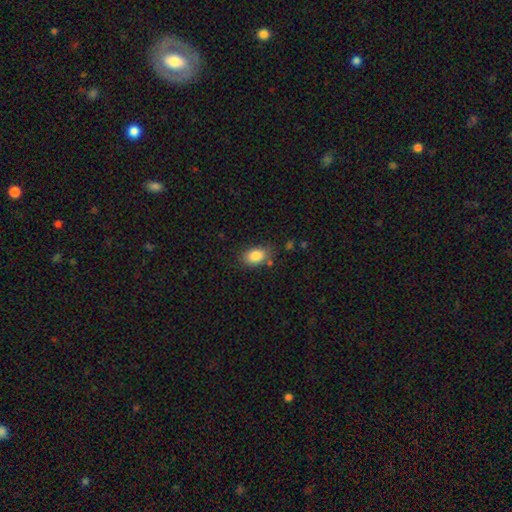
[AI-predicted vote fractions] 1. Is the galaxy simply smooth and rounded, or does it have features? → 87% smooth, 8% star or artifact, 5% featured or disk.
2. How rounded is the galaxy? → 84% in between, 14% round, 1% cigar-shaped.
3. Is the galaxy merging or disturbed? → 75% none, 17% minor disturbance, 4% major disturbance, 4% merger.